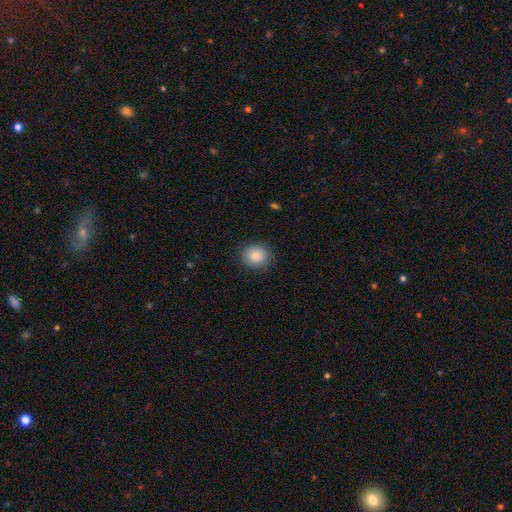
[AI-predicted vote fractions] Overall: smooth (83%). How rounded: round (66%; in between 33%). Merging: none (88%).